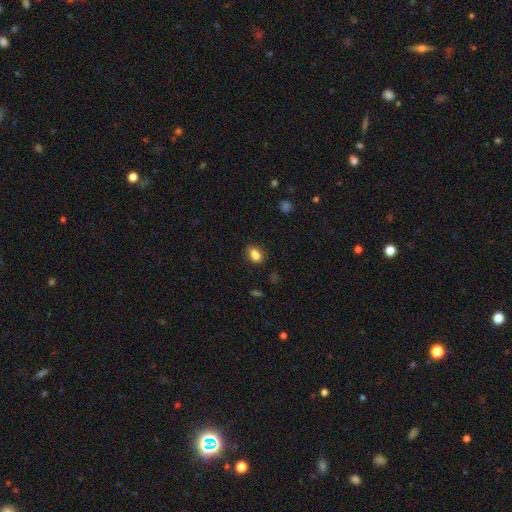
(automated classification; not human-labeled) smooth 81%, star or artifact 11%, featured or disk 8%. Down the decision tree: how rounded — in between (73%); merging — none (65%).